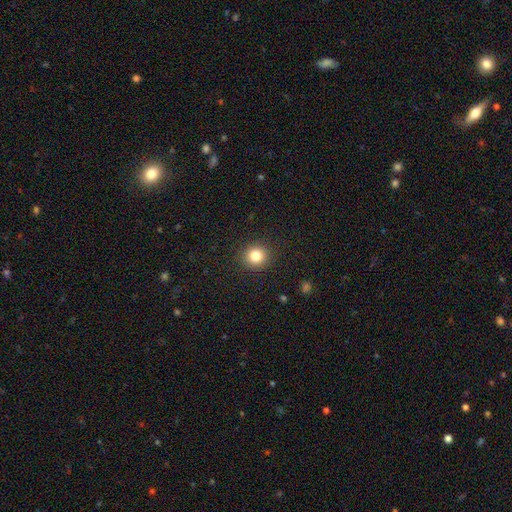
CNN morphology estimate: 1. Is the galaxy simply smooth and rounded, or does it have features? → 82% smooth, 12% star or artifact, 6% featured or disk.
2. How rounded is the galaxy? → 90% round, 9% in between, 1% cigar-shaped.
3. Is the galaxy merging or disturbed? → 91% none, 6% minor disturbance, 2% major disturbance, 1% merger.